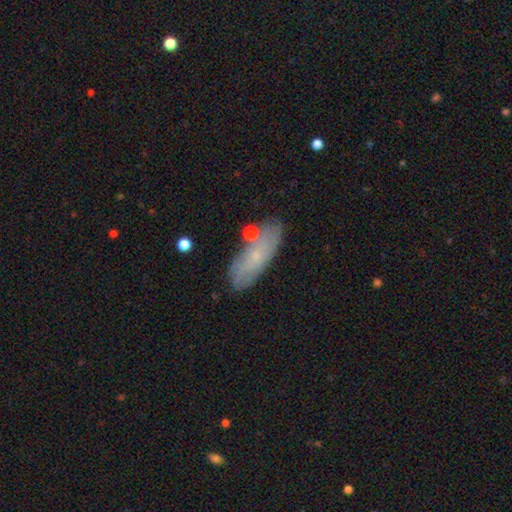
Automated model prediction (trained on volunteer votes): This is possibly a smooth galaxy (53%). How rounded: likely in between (63%). Merging: likely none (77%).